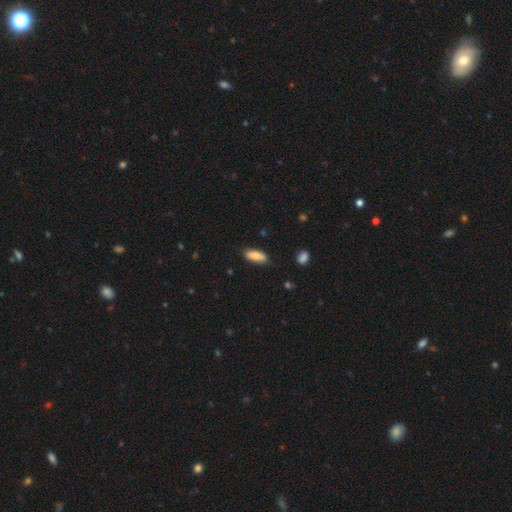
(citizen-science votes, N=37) Smooth or featured: smooth — 92% (featured or disk — 5%)
How rounded: in between — 91% (cigar-shaped — 9%)
Merging: none — 83% (minor disturbance — 14%)